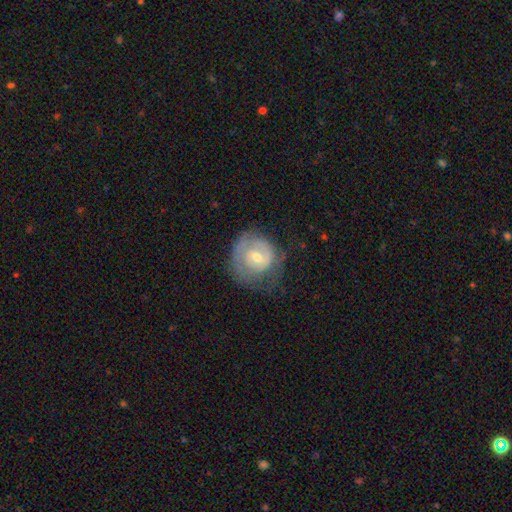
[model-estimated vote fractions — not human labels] smooth-or-featured: featured or disk: 61% | smooth: 32% | star or artifact: 7%
  disk-edge-on: no: 97% | yes: 3%
    bar: no: 54% | weak: 38% | strong: 8%
    has-spiral-arms: yes: 68% | no: 32%
    bulge-size: moderate: 57% | small: 37% | large: 3% | none: 1% | dominant: 1%
  merging: none: 56% | minor disturbance: 26% | major disturbance: 17% | merger: 1%